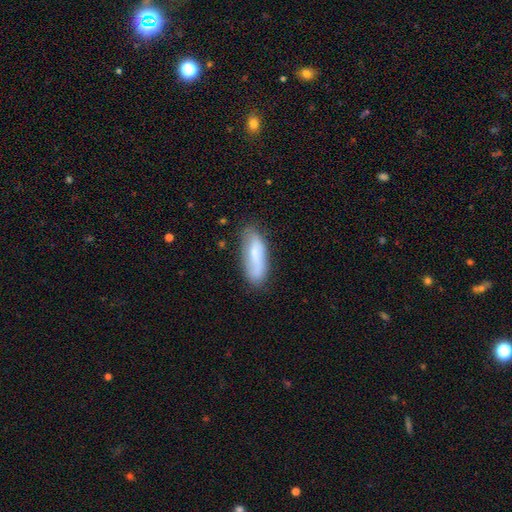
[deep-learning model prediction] Morphology: type=smooth (65%); roundness=in between (65%); merging=none (69%).